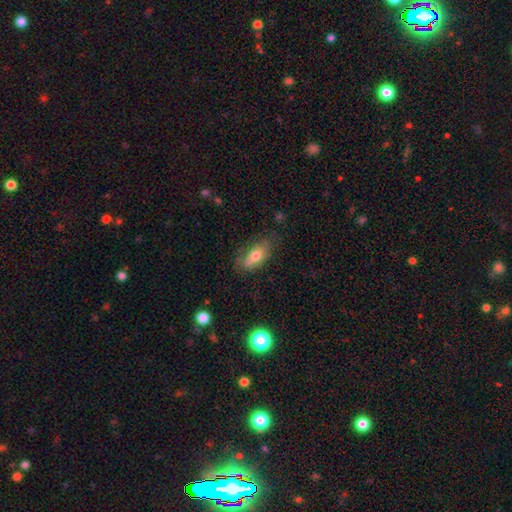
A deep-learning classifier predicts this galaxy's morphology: smooth_or_featured: smooth (p=0.69) [alt: featured or disk p=0.23]
how_rounded: in between (p=0.82) [alt: cigar-shaped p=0.14]
merging: none (p=0.71) [alt: minor disturbance p=0.21]